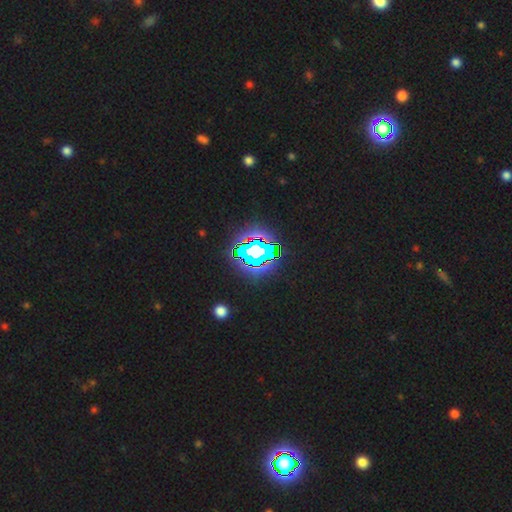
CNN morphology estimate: Smooth or featured? Predicted: star or artifact (p=0.78).